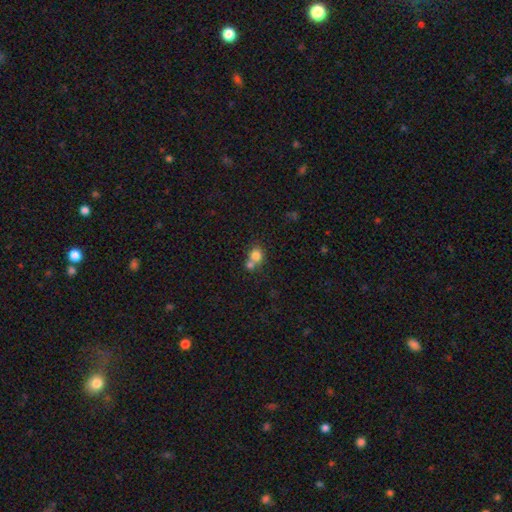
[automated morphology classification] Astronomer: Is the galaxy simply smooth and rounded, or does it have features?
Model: smooth — 80%.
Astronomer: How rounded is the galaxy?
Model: round — 77%.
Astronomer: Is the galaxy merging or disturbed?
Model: merger — 49% (runner-up: none, 41%).